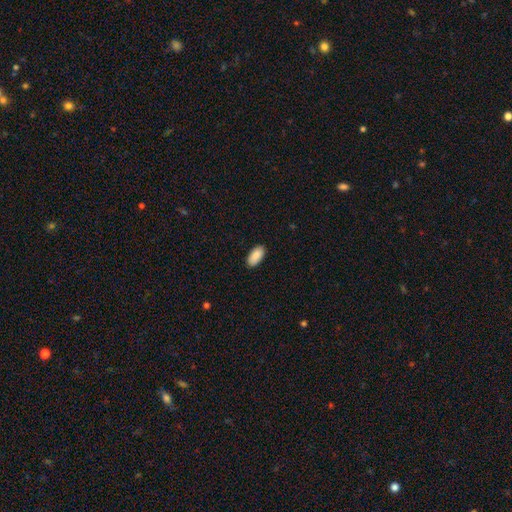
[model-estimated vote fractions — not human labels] The model was most divided on "merging": none: 89%, minor disturbance: 8%, major disturbance: 2%, merger: 1%. More confident: how rounded — in between (95%); smooth or featured — smooth (88%).